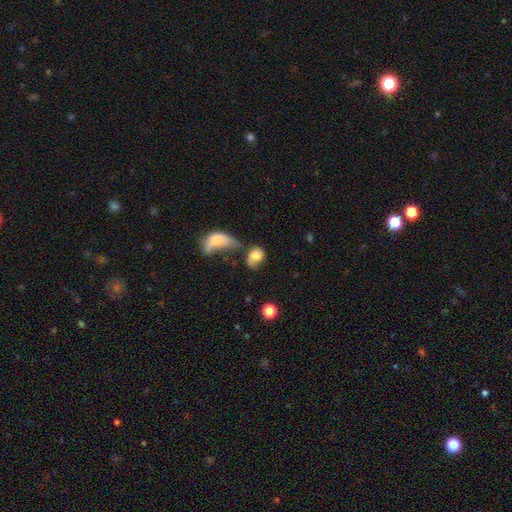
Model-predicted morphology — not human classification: Smooth or featured? Predicted: smooth (p=0.64). How rounded? Predicted: in between (p=0.55). Merging? Predicted: merger (p=0.35).